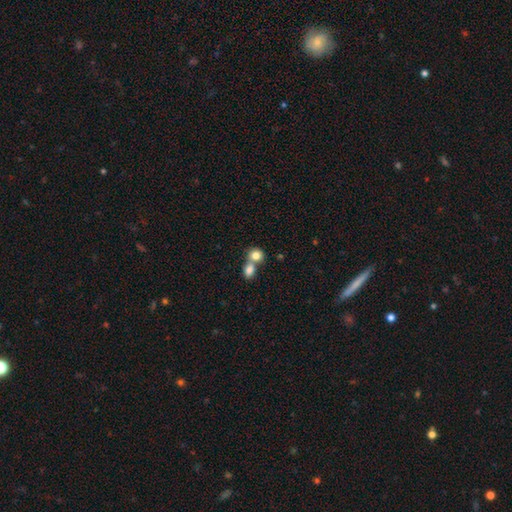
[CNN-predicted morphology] This appears to be a smooth galaxy with no disk features (81%) that is round (69%). Merging: merger (60%).